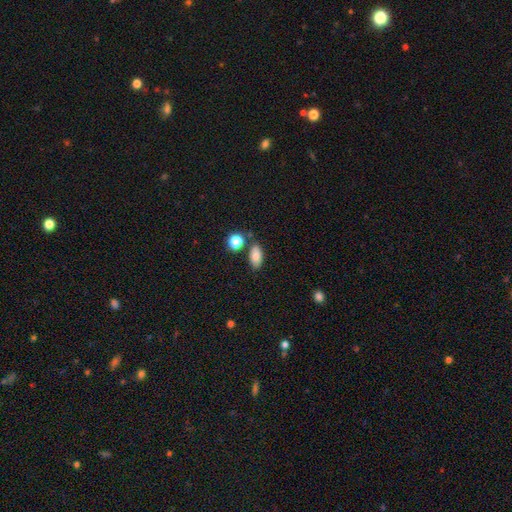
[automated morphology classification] smooth 82%, star or artifact 9%, featured or disk 9%. Down the decision tree: how rounded — in between (86%); merging — none (74%).